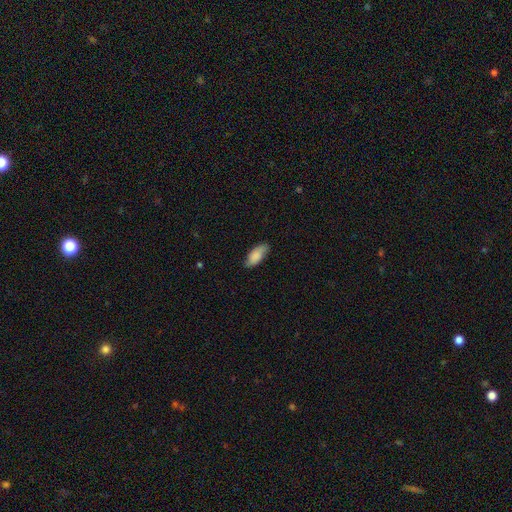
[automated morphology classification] smooth-or-featured: smooth: 85% | featured or disk: 9% | star or artifact: 6%
  how-rounded: in between: 86% | cigar-shaped: 13% | round: 2%
  merging: none: 78% | minor disturbance: 17% | major disturbance: 3% | merger: 1%